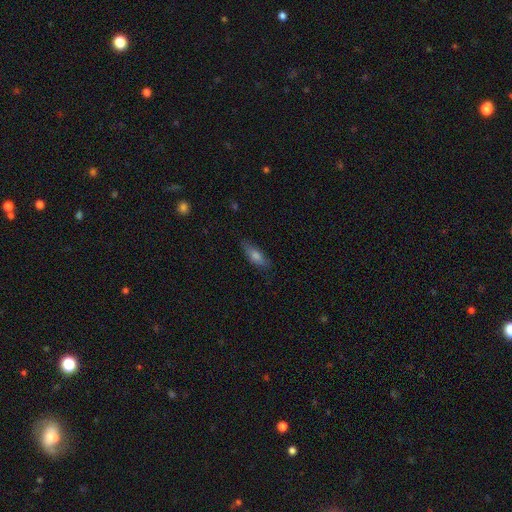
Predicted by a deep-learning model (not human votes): Smooth or featured? smooth (66%)
How rounded? in between (51%)
Merging? none (80%)